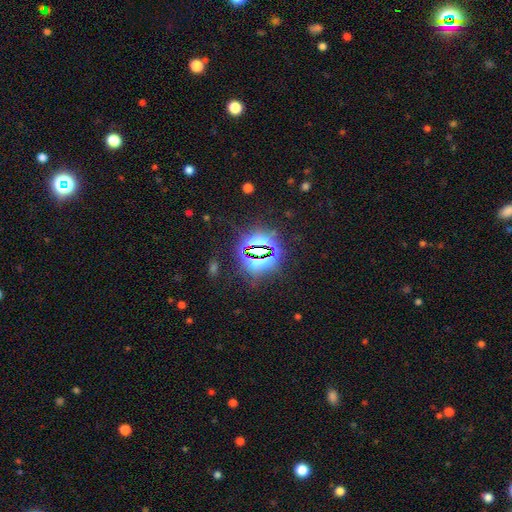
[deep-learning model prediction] Q: Smooth or featured?
A: star or artifact (79%); runner-up: smooth (13%)